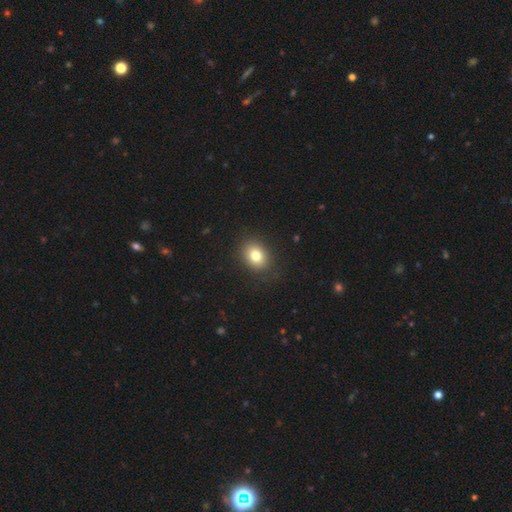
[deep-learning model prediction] Morphology: type=smooth (80%); roundness=in between (53%); merging=none (86%).